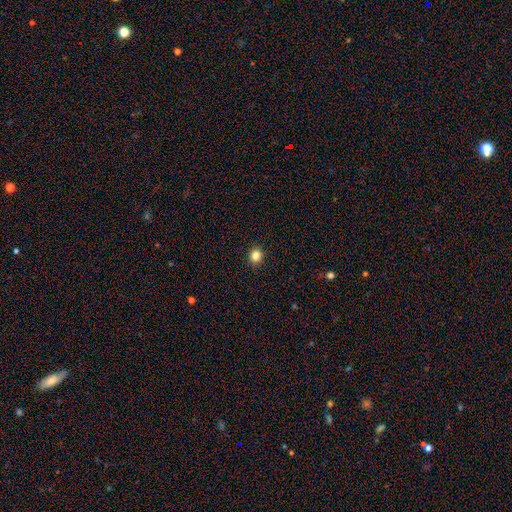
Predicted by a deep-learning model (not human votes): This appears to be a smooth galaxy with no disk features (83%) that is round (83%). Merging: none (92%).